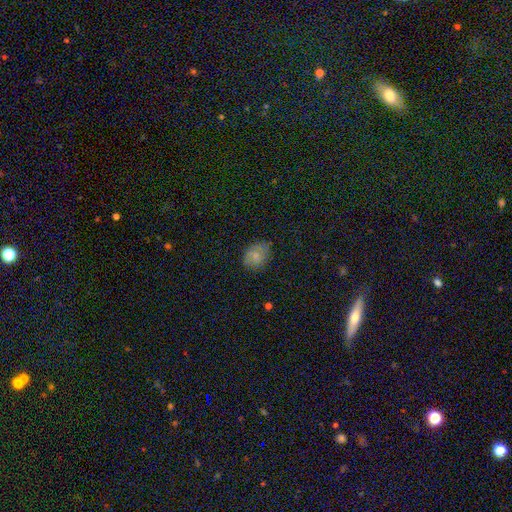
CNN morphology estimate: A smooth galaxy with no disk features (69%) that is in between round and cigar-shaped (67%).

Vote fractions:
- Smooth or featured? smooth: 69% / featured or disk: 18% / star or artifact: 13%
- How rounded? in between: 67% / round: 32% / cigar-shaped: 1%
- Merging? none: 73% / minor disturbance: 20% / major disturbance: 5% / merger: 1%